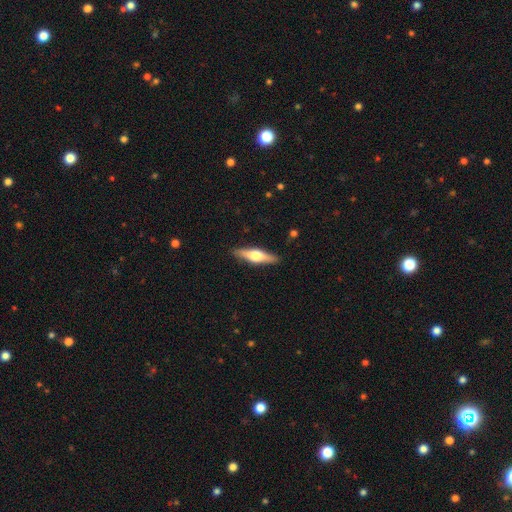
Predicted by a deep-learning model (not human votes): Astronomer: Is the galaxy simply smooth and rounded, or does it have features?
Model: featured or disk — 55% (runner-up: smooth, 39%).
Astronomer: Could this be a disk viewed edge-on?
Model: yes — 95%.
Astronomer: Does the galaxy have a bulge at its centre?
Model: rounded — 92%.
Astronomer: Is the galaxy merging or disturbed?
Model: none — 89%.